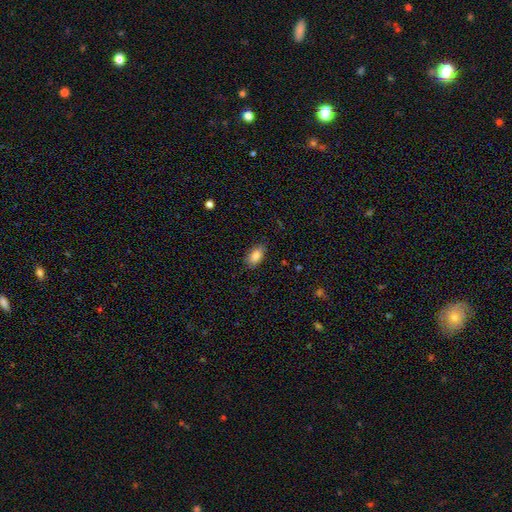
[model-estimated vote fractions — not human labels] The model was most divided on "merging": none: 84%, minor disturbance: 13%, major disturbance: 3%, merger: 1%. More confident: how rounded — in between (90%); smooth or featured — smooth (85%).